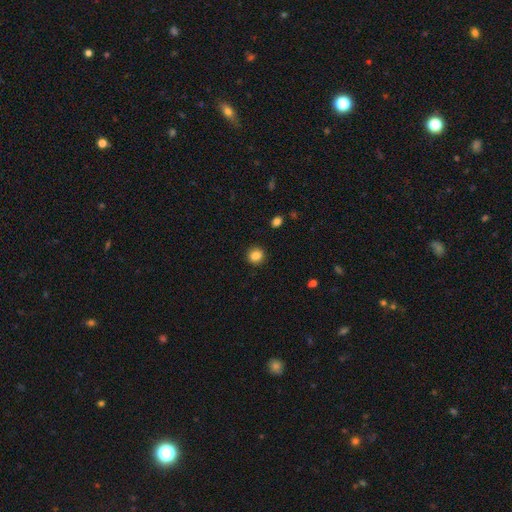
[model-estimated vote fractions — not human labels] A smooth galaxy with no disk features (86%) that is round (87%).

Vote fractions:
- Smooth or featured? smooth: 86% / star or artifact: 10% / featured or disk: 4%
- How rounded? round: 87% / in between: 12% / cigar-shaped: 1%
- Merging? none: 92% / minor disturbance: 5% / major disturbance: 2% / merger: 1%